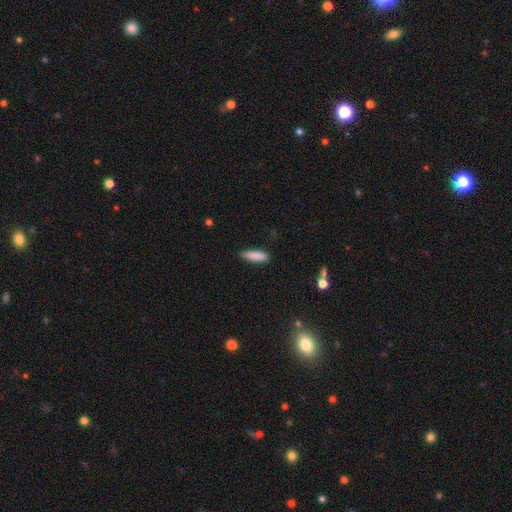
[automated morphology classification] This is clearly a smooth galaxy (86%). How rounded: possibly cigar-shaped (60%). Merging: likely none (79%).